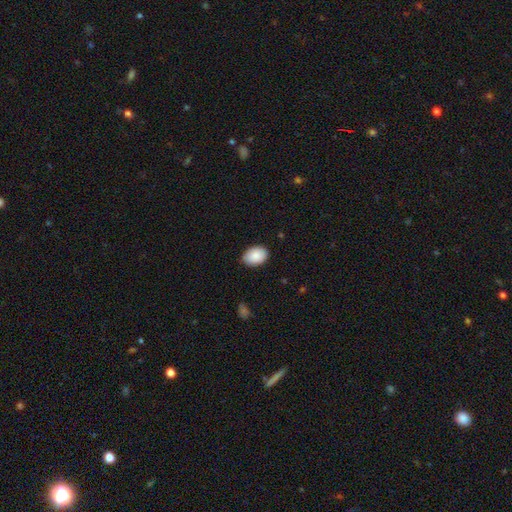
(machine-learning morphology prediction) A smooth galaxy with no disk features (89%) that is in between round and cigar-shaped (84%). Merging: none (85%).